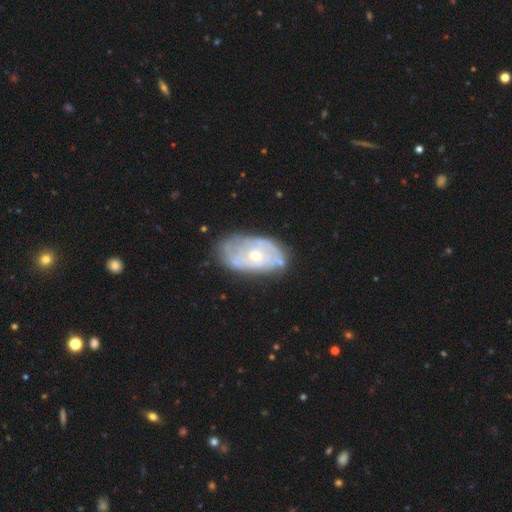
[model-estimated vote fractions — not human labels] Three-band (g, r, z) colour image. It shows a featured or disk galaxy (74%) with no bar (76%), tight (59%) spiral arms (73%) and a moderate central bulge (49%). Merging: none (66%).